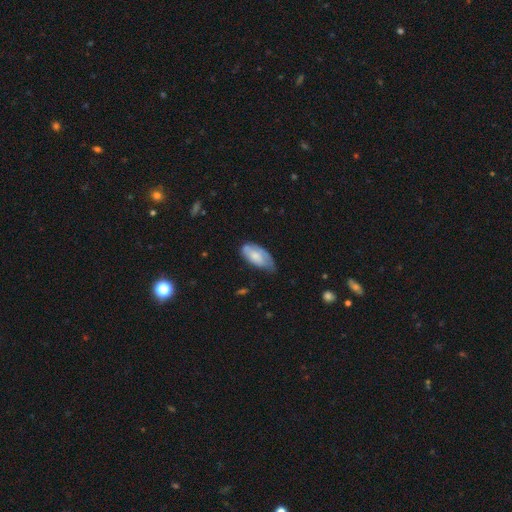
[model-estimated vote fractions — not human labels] This is likely a smooth galaxy (62%). How rounded: clearly in between (91%). Merging: marginally none (45%).